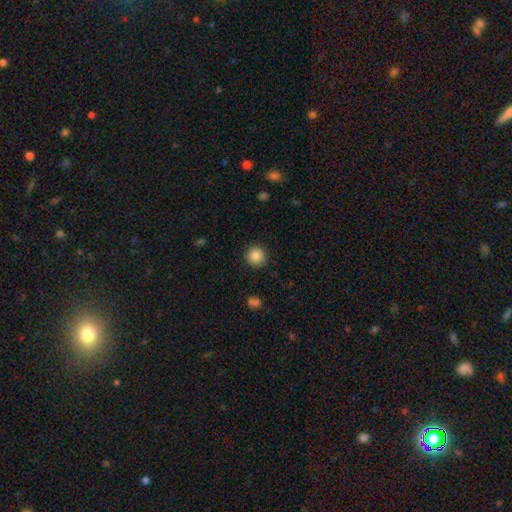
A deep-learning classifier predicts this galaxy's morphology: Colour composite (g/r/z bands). It shows a smooth galaxy with no disk features (87%) that is round (94%). Merging: none (91%).